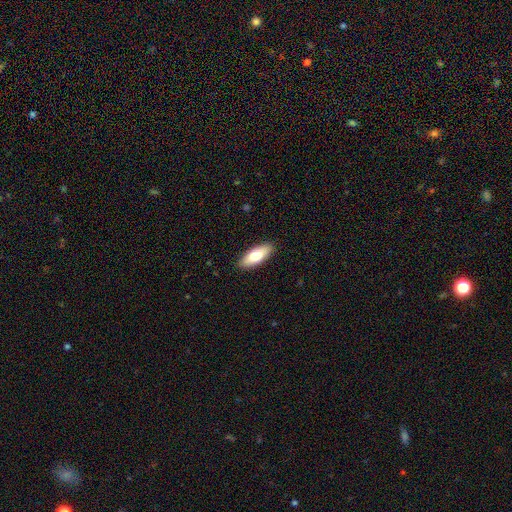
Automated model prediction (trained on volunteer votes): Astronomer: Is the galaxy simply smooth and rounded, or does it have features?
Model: smooth — 73%.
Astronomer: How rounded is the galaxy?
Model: in between — 72%.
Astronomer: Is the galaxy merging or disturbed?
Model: none — 90%.